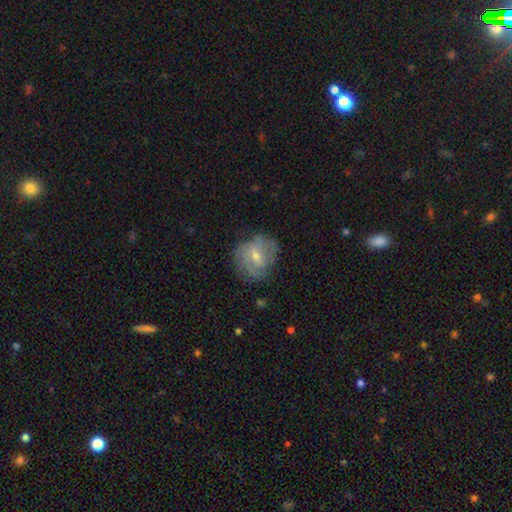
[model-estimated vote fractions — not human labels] This is likely a featured or disk galaxy (62%). It is clearly not viewed edge-on (97%). Bar: possibly no (46%). Spiral arm pattern: likely yes (79%). Central bulge: possibly small (57%). Merging: likely none (66%).